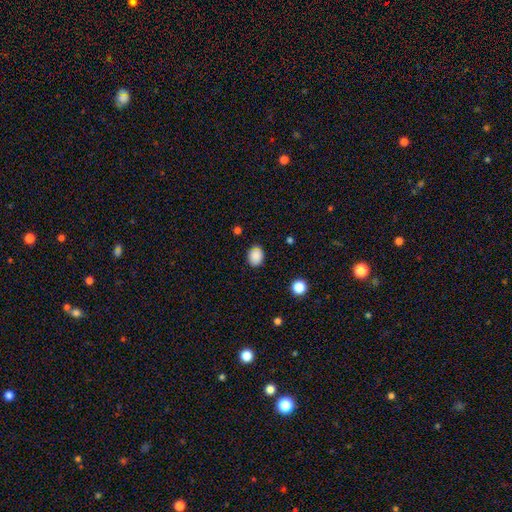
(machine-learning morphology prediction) Q: Smooth or featured?
A: smooth (88%); runner-up: star or artifact (9%)
Q: How rounded?
A: in between (60%); runner-up: round (39%)
Q: Merging?
A: none (86%); runner-up: minor disturbance (11%)